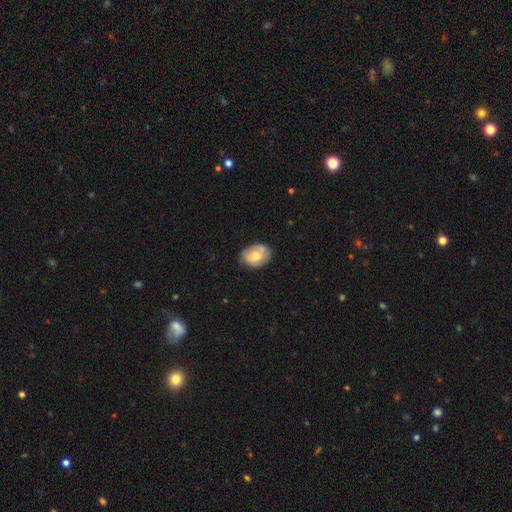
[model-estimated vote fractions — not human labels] The model was most divided on "smooth or featured": smooth: 58%, featured or disk: 35%, star or artifact: 7%. More confident: how rounded — in between (72%); merging — none (64%).